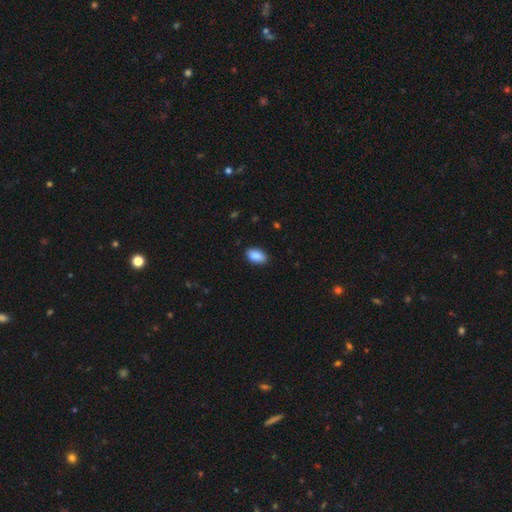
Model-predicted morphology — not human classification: Overall: smooth (90%). How rounded: in between (94%). Merging: none (86%).